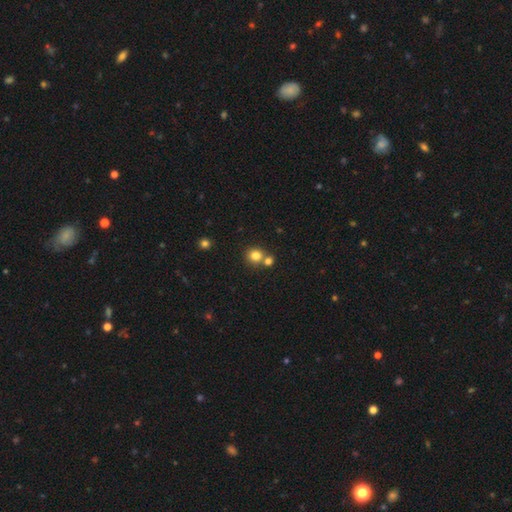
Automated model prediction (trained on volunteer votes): A smooth galaxy with no disk features (80%) that is round (89%).

Vote fractions:
- Smooth or featured? smooth: 80% / star or artifact: 13% / featured or disk: 7%
- How rounded? round: 89% / in between: 10% / cigar-shaped: 1%
- Merging? none: 60% / merger: 30% / minor disturbance: 7% / major disturbance: 2%